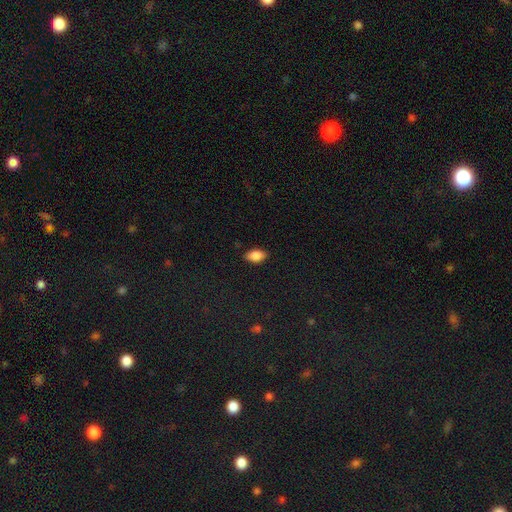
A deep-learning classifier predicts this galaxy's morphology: A smooth galaxy with no disk features (86%) that is in between round and cigar-shaped (92%). Merging: none (86%).